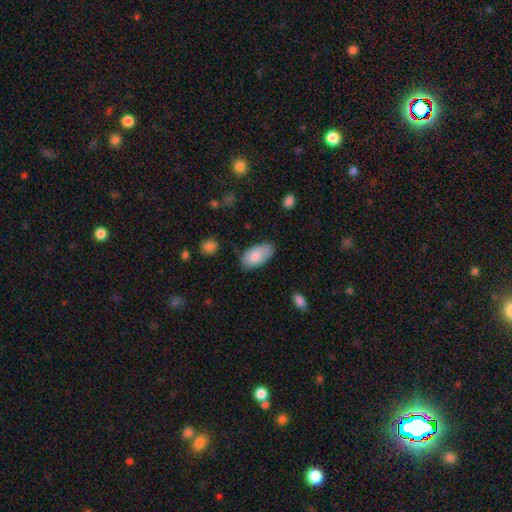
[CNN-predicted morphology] smooth-or-featured: smooth: 82% | featured or disk: 12% | star or artifact: 6%
  how-rounded: in between: 95% | round: 3% | cigar-shaped: 3%
  merging: none: 71% | minor disturbance: 22% | major disturbance: 4% | merger: 2%